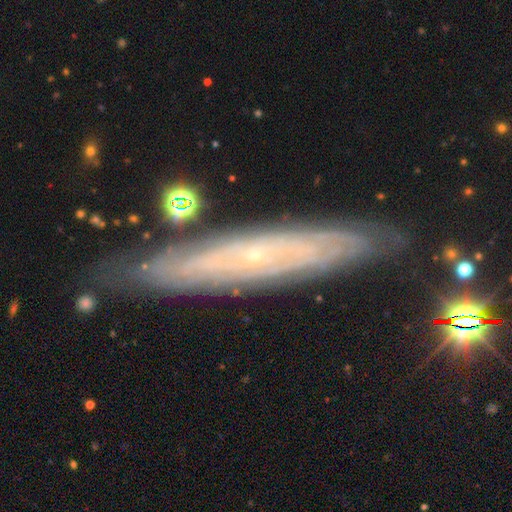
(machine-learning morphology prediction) featured or disk 73%, smooth 18%, star or artifact 9%. Down the decision tree: edge-on disk — yes (56%); merging — none (85%).